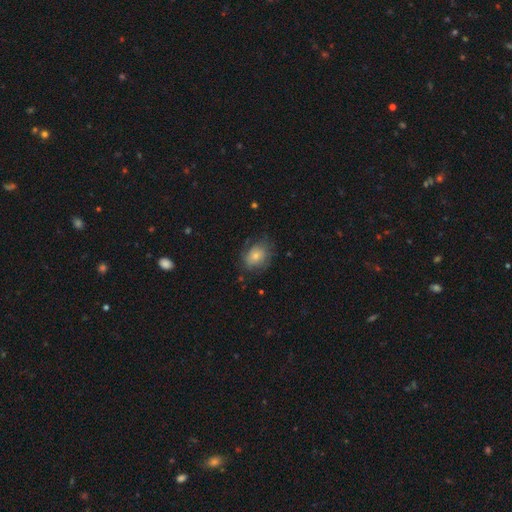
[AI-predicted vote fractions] A smooth galaxy with no disk features (69%) that is round (50%). Merging: none (65%).